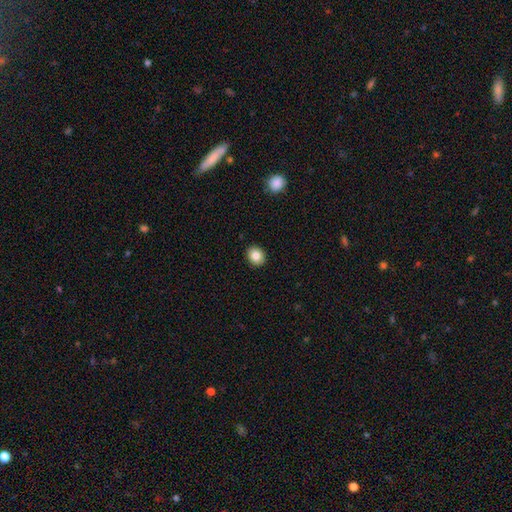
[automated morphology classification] Smooth or featured: smooth — 84% (star or artifact — 9%)
How rounded: round — 61% (in between — 38%)
Merging: none — 91% (minor disturbance — 6%)